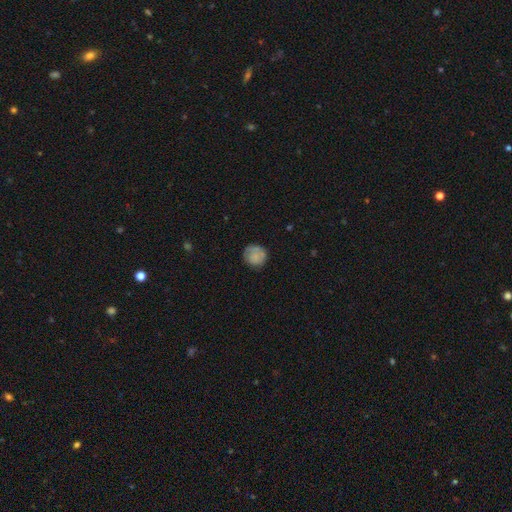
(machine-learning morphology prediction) This appears to be a smooth galaxy with no disk features (77%) that is round (89%). Merging: none (75%).